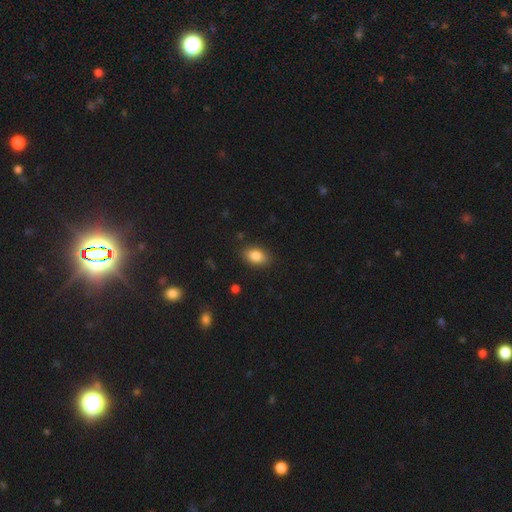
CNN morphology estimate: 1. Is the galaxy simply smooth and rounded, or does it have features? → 85% smooth, 8% star or artifact, 7% featured or disk.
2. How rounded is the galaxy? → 86% in between, 12% round, 2% cigar-shaped.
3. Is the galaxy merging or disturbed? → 87% none, 10% minor disturbance, 2% major disturbance, 1% merger.